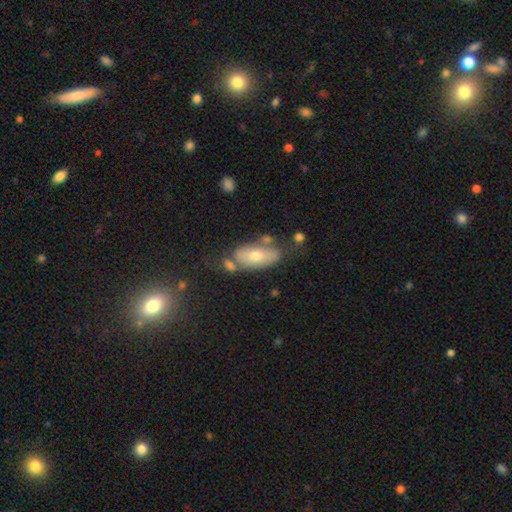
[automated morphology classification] Smooth or featured? smooth (56%)
How rounded? in between (85%)
Merging? none (58%)